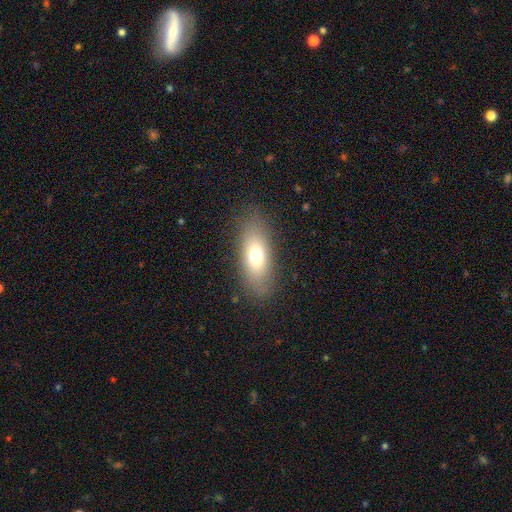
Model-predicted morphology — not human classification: Smooth or featured? smooth (71%)
How rounded? in between (74%)
Merging? none (83%)